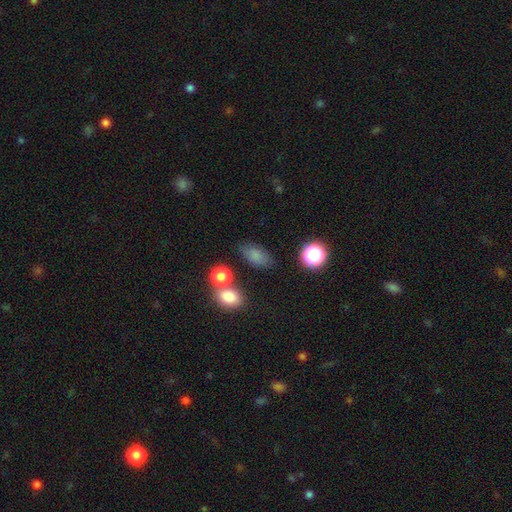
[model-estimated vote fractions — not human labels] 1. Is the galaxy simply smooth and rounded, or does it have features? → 79% smooth, 13% star or artifact, 8% featured or disk.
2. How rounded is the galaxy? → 84% in between, 13% round, 3% cigar-shaped.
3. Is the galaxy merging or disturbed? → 71% none, 15% minor disturbance, 9% merger, 5% major disturbance.